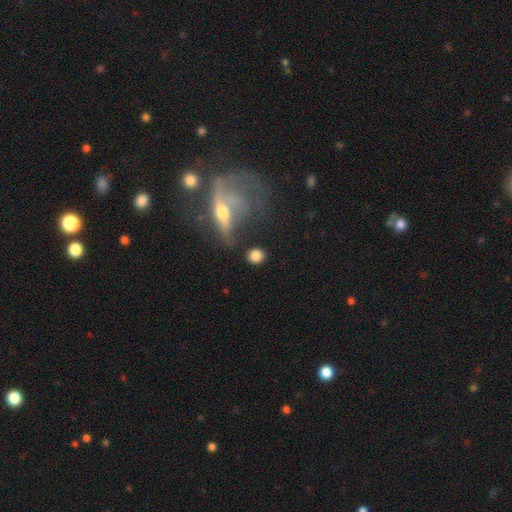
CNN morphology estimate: Smooth or featured: smooth — 83% (featured or disk — 9%)
How rounded: round — 73% (in between — 24%)
Merging: none — 78% (minor disturbance — 11%)